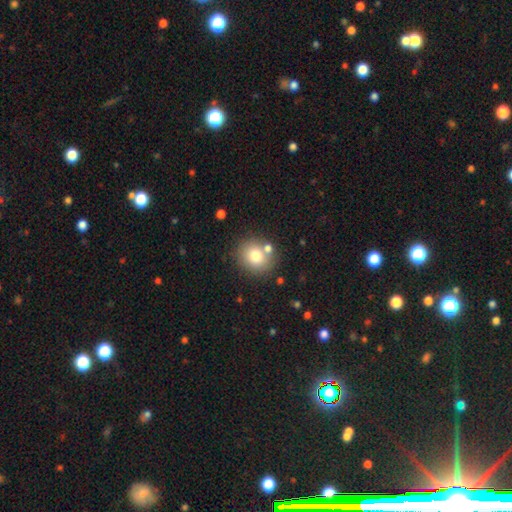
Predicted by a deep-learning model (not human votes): Smooth or featured? Predicted: smooth (p=0.77). How rounded? Predicted: round (p=0.81). Merging? Predicted: none (p=0.74).